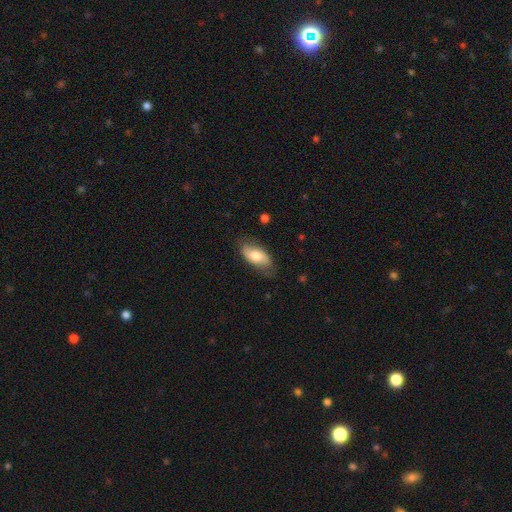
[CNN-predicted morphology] A smooth galaxy with no disk features (63%) that is in between round and cigar-shaped (89%). Merging: none (73%).